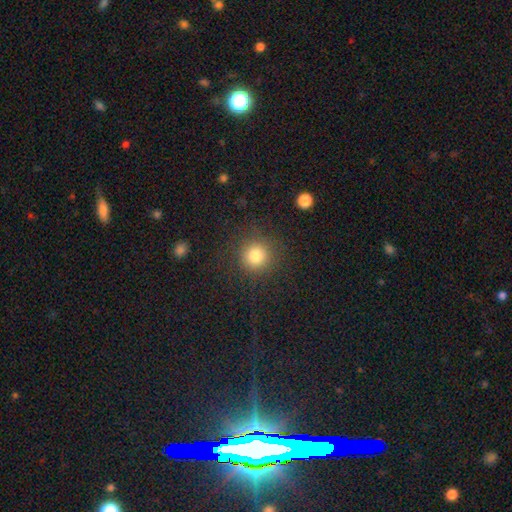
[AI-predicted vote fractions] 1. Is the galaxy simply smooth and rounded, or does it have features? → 80% smooth, 13% star or artifact, 7% featured or disk.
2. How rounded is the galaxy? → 93% round, 6% in between, 1% cigar-shaped.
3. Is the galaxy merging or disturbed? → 87% none, 7% minor disturbance, 4% major disturbance, 1% merger.